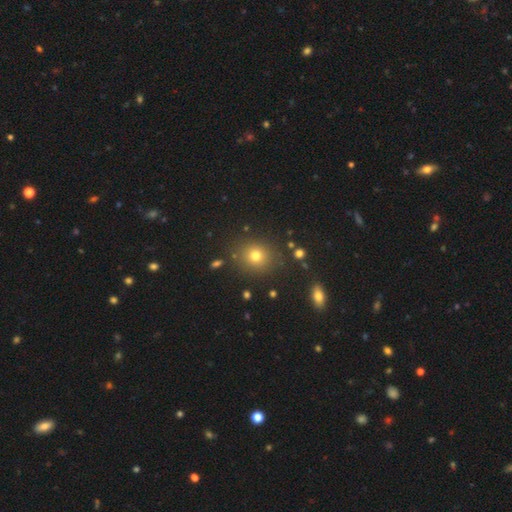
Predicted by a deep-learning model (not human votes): Q: Smooth or featured?
A: smooth (75%); runner-up: star or artifact (17%)
Q: How rounded?
A: round (83%); runner-up: in between (16%)
Q: Merging?
A: none (85%); runner-up: minor disturbance (9%)